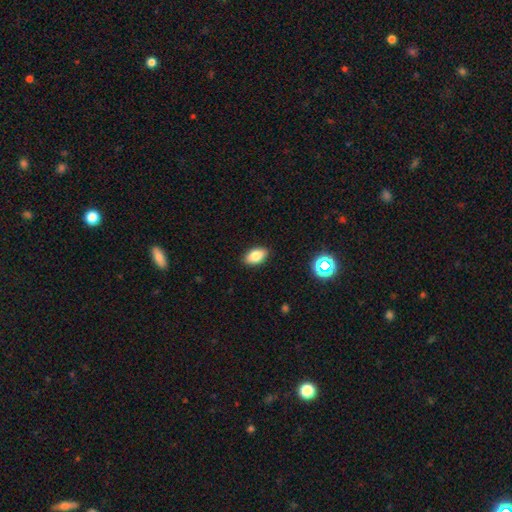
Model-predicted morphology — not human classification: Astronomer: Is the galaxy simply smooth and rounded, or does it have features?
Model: smooth — 84%.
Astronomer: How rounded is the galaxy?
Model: in between — 92%.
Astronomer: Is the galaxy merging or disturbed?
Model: none — 89%.